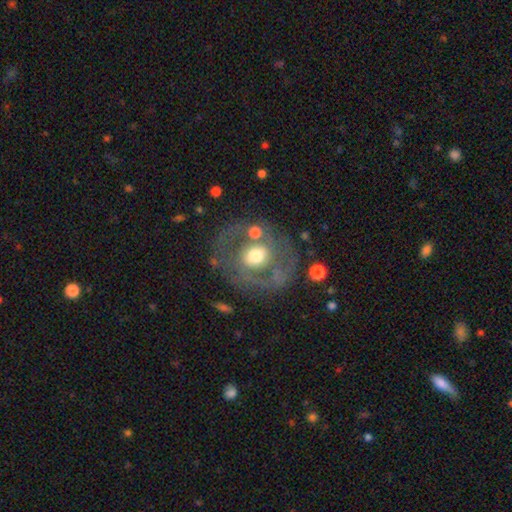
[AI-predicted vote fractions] Q: Smooth or featured?
A: featured or disk (62%); runner-up: smooth (29%)
Q: Edge-on disk?
A: no (96%); runner-up: yes (4%)
Q: Bar?
A: no (65%); runner-up: weak (26%)
Q: Spiral arms?
A: no (51%); runner-up: yes (49%)
Q: Bulge size?
A: moderate (63%); runner-up: large (22%)
Q: Merging?
A: none (65%); runner-up: minor disturbance (16%)